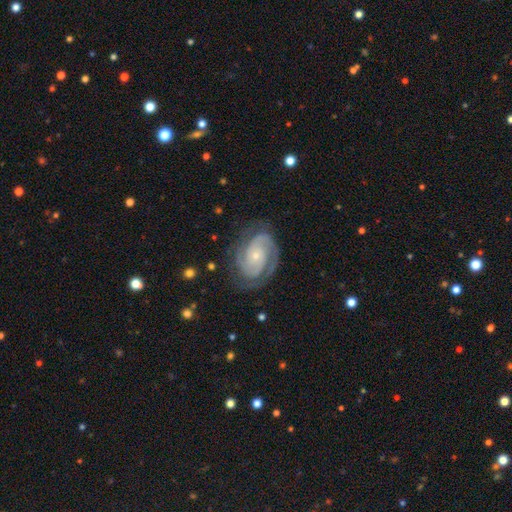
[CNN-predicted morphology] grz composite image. It shows a featured or disk galaxy (89%) with no bar (72%), 2 (70%) tight (63%) spiral arms (97%) and a small central bulge (77%). Merging: none (75%).